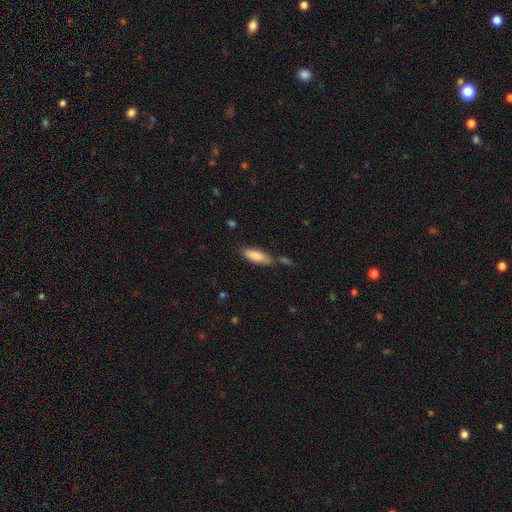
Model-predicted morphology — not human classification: type=smooth (86%); roundness=in between (68%); merging=none (63%).